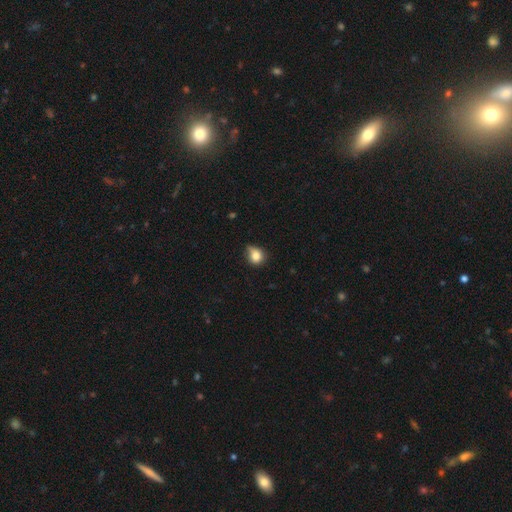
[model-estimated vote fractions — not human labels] smooth 80%, star or artifact 10%, featured or disk 10%. Down the decision tree: how rounded — round (67%); merging — none (47%).